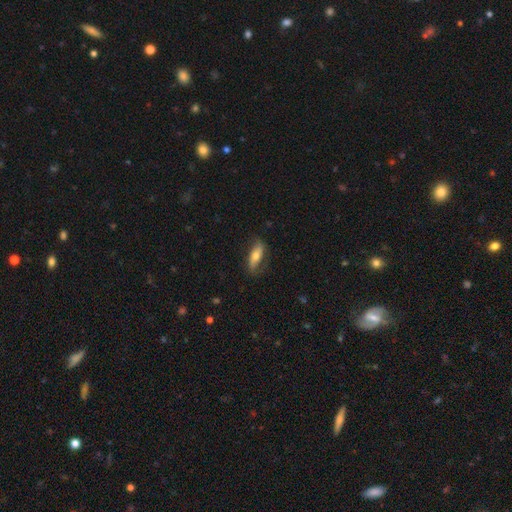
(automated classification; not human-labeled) A smooth galaxy with no disk features (54%) that is in between round and cigar-shaped (65%). Merging: none (71%).